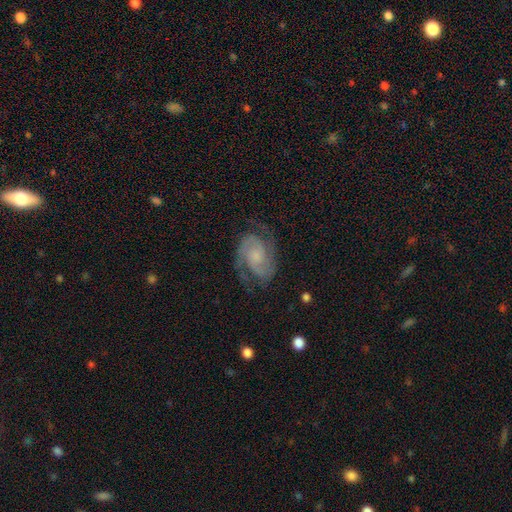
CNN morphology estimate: smooth_or_featured: featured or disk (p=0.86) [alt: smooth p=0.08]
disk_edge_on: no (p=0.98) [alt: yes p=0.02]
bar: no (p=0.61) [alt: weak p=0.32]
has_spiral_arms: yes (p=0.97) [alt: no p=0.03]
spiral_winding: medium (p=0.48) [alt: tight p=0.39]
spiral_arm_count: 2 (p=0.88) [alt: can't tell p=0.04]
bulge_size: small (p=0.43) [alt: none p=0.26]
merging: none (p=0.74) [alt: minor disturbance p=0.16]